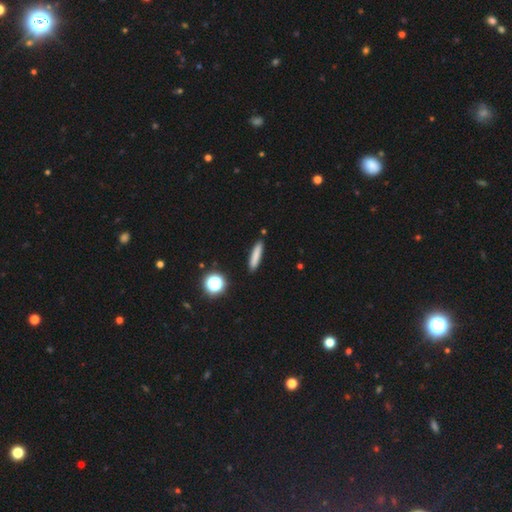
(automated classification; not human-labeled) Overall: smooth (80%). How rounded: cigar-shaped (88%). Merging: none (90%).